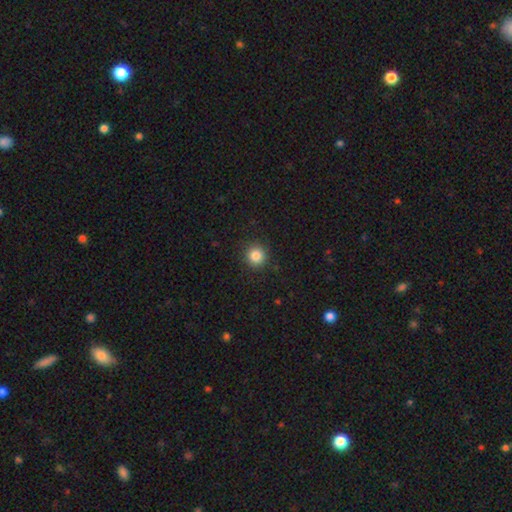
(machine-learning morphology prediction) smooth 85%, star or artifact 11%, featured or disk 5%. Down the decision tree: how rounded — round (93%); merging — none (91%).